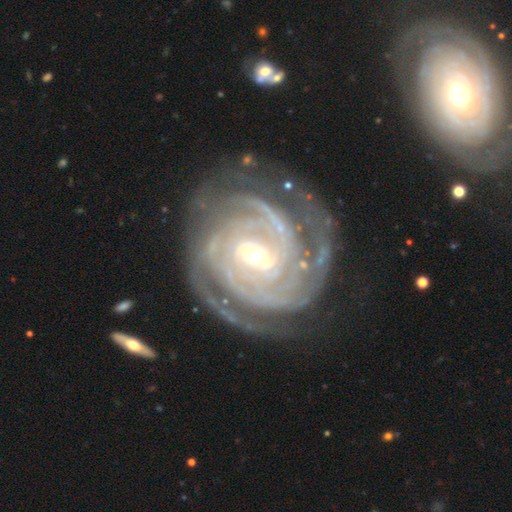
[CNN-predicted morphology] Q: Smooth or featured?
A: featured or disk (93%); runner-up: star or artifact (4%)
Q: Edge-on disk?
A: no (97%); runner-up: yes (3%)
Q: Bar?
A: weak (41%); runner-up: no (33%)
Q: Spiral arms?
A: yes (98%); runner-up: no (2%)
Q: Spiral winding?
A: tight (81%); runner-up: medium (16%)
Q: Spiral arm count?
A: 3 (28%); runner-up: 2 (23%)
Q: Bulge size?
A: moderate (49%); runner-up: small (47%)
Q: Merging?
A: none (76%); runner-up: minor disturbance (15%)